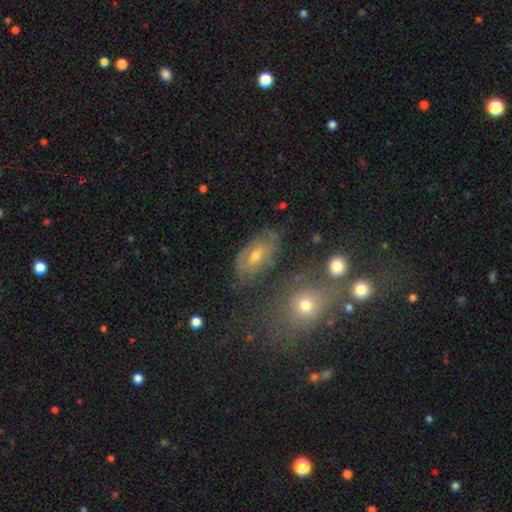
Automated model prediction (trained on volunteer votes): Smooth or featured? featured or disk (49%)
Merging? none (60%)